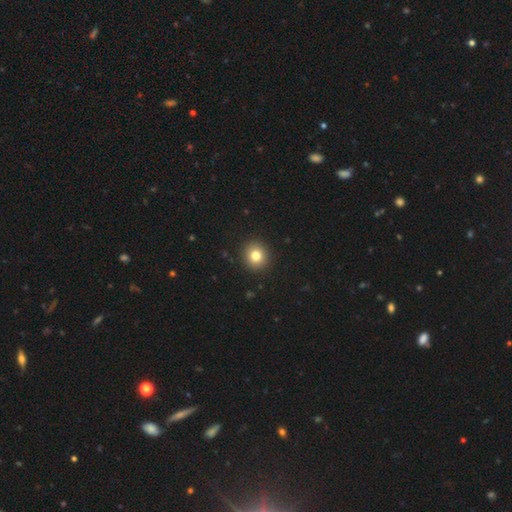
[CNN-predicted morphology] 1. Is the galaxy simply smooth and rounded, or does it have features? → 80% smooth, 11% star or artifact, 9% featured or disk.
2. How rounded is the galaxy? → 89% round, 10% in between, 1% cigar-shaped.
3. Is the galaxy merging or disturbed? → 92% none, 5% minor disturbance, 2% major disturbance, 1% merger.